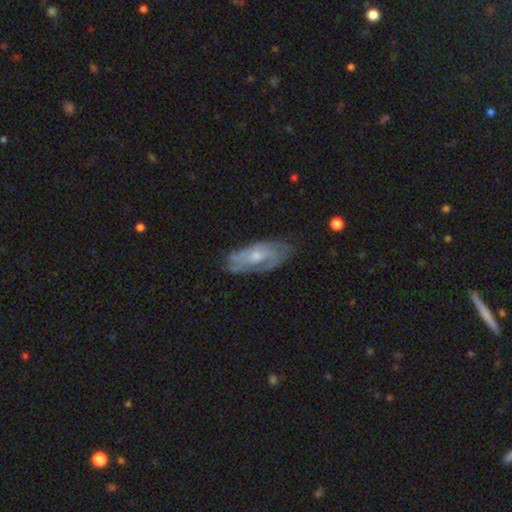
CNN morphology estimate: A featured or disk galaxy (73%) with no bar (66%), tight (48%) spiral arms (86%) and a small central bulge (47%).

Vote fractions:
- Smooth or featured? featured or disk: 73% / smooth: 21% / star or artifact: 6%
- Edge-on disk? no: 91% / yes: 9%
- Bar? no: 66% / weak: 29% / strong: 5%
- Spiral arms? yes: 86% / no: 14%
- Spiral winding? tight: 48% / medium: 39% / loose: 13%
- Spiral arm count? can't tell: 39% / 2: 36% / 3: 13% / 1: 5% / 4: 4% / more than 4: 3%
- Bulge size? small: 47% / moderate: 45% / none: 4% / large: 3% / dominant: 1%
- Merging? none: 67% / minor disturbance: 23% / major disturbance: 8% / merger: 2%